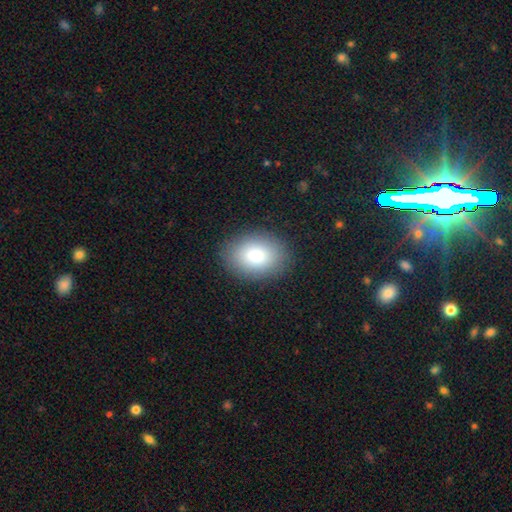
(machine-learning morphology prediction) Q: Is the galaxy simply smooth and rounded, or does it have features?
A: smooth — 85%.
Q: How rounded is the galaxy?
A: in between — 73%.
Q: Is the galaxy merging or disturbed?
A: none — 87%.